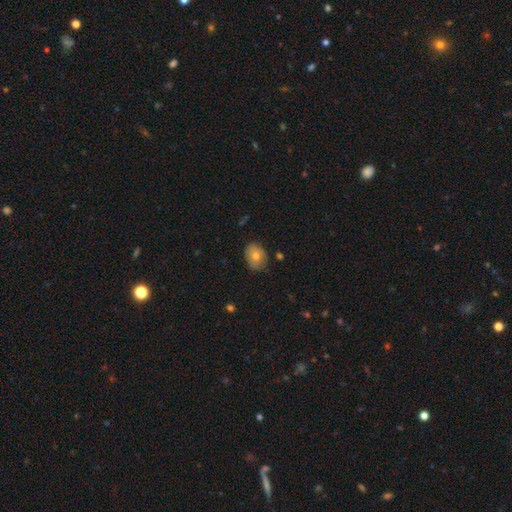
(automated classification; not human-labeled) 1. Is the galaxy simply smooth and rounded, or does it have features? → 72% smooth, 19% featured or disk, 9% star or artifact.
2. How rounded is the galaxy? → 63% in between, 36% round, 1% cigar-shaped.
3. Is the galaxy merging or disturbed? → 78% none, 18% minor disturbance, 3% major disturbance, 2% merger.